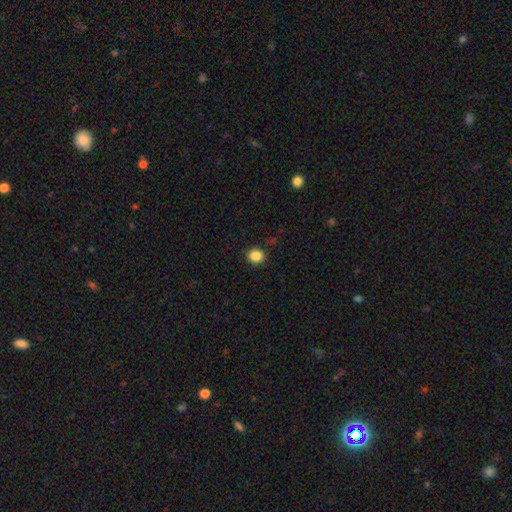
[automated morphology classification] The model was most divided on "how rounded": round: 82%, in between: 17%, cigar-shaped: 1%. More confident: merging — none (90%); smooth or featured — smooth (86%).